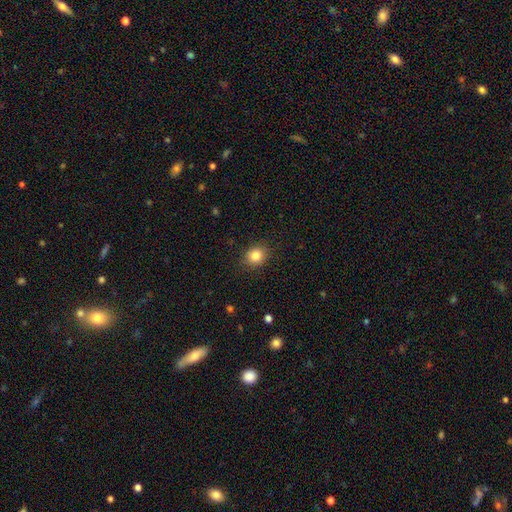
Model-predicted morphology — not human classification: A smooth galaxy with no disk features (83%) that is round (74%).

Vote fractions:
- Smooth or featured? smooth: 83% / star or artifact: 11% / featured or disk: 6%
- How rounded? round: 74% / in between: 25% / cigar-shaped: 1%
- Merging? none: 88% / minor disturbance: 9% / major disturbance: 2% / merger: 1%